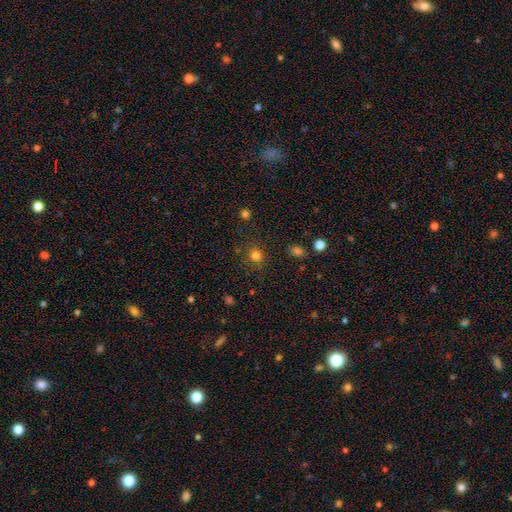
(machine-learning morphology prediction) smooth-or-featured: smooth: 79% | star or artifact: 15% | featured or disk: 5%
  how-rounded: round: 87% | in between: 13% | cigar-shaped: 1%
  merging: none: 84% | minor disturbance: 10% | major disturbance: 4% | merger: 2%